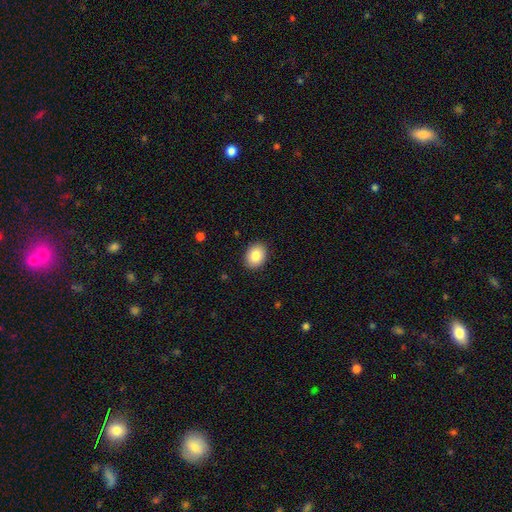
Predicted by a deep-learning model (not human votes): This appears to be a smooth galaxy with no disk features (86%) that is in between round and cigar-shaped (60%). Merging: none (90%).